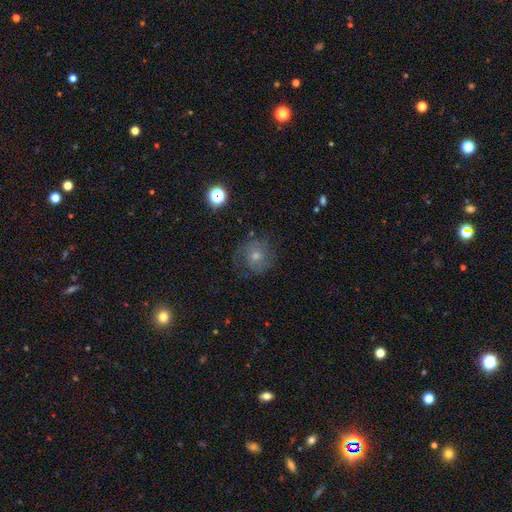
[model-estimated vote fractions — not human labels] A featured or disk galaxy (49%). Merging: none (73%).